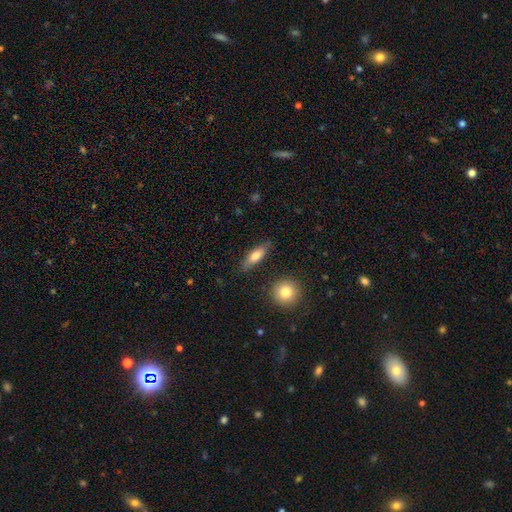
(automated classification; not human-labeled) Smooth or featured: smooth — 70% (featured or disk — 24%)
How rounded: in between — 56% (cigar-shaped — 41%)
Merging: none — 82% (minor disturbance — 13%)